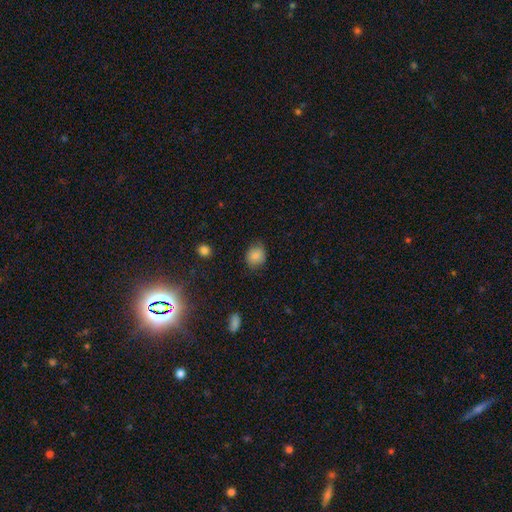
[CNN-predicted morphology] smooth-or-featured: smooth: 84% | star or artifact: 10% | featured or disk: 6%
  how-rounded: round: 71% | in between: 28% | cigar-shaped: 1%
  merging: none: 78% | minor disturbance: 17% | major disturbance: 4% | merger: 1%